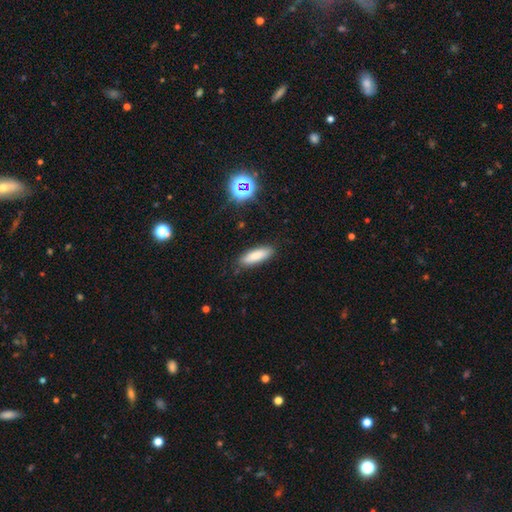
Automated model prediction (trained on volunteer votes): Smooth or featured?
  - smooth: 83% *
  - featured or disk: 8%
  - star or artifact: 8%
How rounded?
  - cigar-shaped: 51% *
  - in between: 47%
  - round: 2%
Merging?
  - none: 86% *
  - minor disturbance: 11%
  - major disturbance: 2%
  - merger: 1%